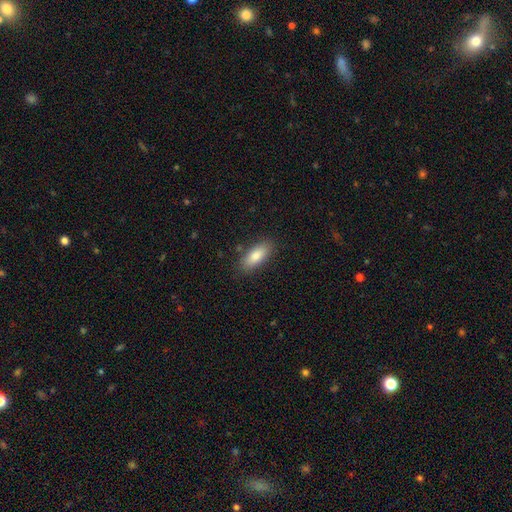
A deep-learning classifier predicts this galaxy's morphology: Smooth or featured?
  - smooth: 83% *
  - featured or disk: 10%
  - star or artifact: 7%
How rounded?
  - in between: 79% *
  - cigar-shaped: 19%
  - round: 2%
Merging?
  - none: 85% *
  - minor disturbance: 11%
  - major disturbance: 3%
  - merger: 2%